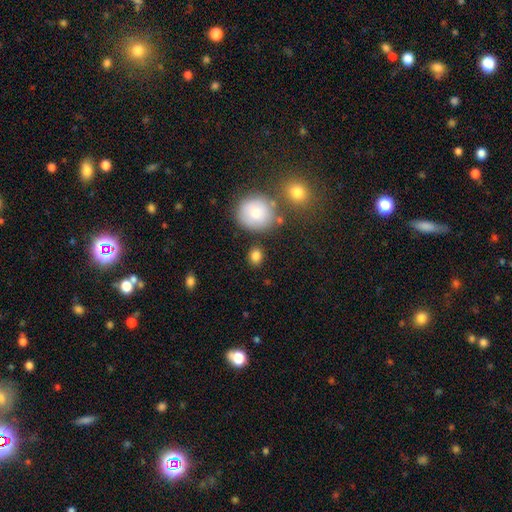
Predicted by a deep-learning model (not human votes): Overall: smooth (82%). How rounded: round (68%; in between 31%). Merging: none (80%).